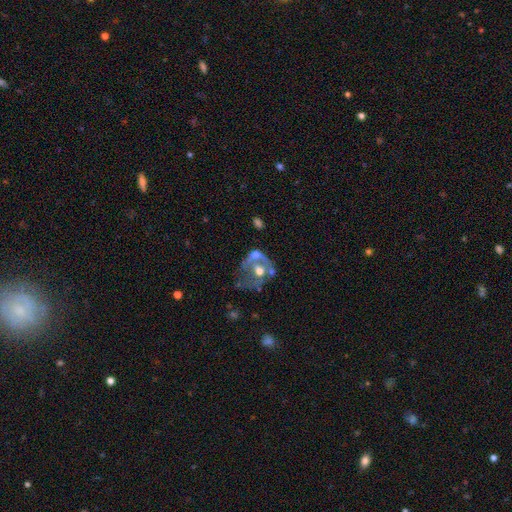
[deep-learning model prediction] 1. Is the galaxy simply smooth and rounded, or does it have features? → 61% featured or disk, 29% smooth, 11% star or artifact.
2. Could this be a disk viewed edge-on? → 97% no, 3% yes.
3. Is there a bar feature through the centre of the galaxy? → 81% no, 14% weak, 5% strong.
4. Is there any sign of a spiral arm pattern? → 80% no, 20% yes.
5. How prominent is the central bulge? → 61% moderate, 17% small, 10% large, 10% none, 2% dominant.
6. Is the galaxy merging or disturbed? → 30% merger, 29% none, 26% major disturbance, 16% minor disturbance.